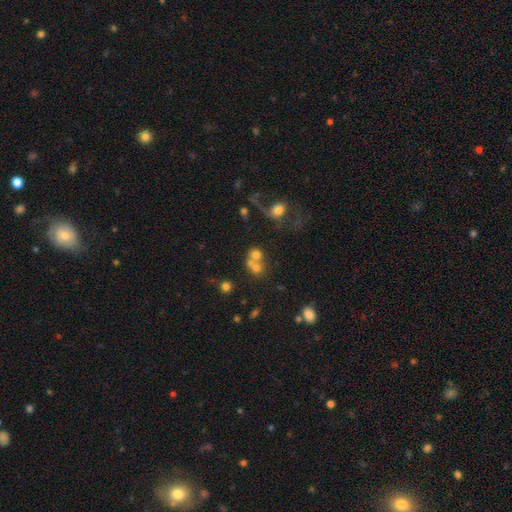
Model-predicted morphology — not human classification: Smooth or featured: smooth — 60% (featured or disk — 23%)
How rounded: round — 76% (in between — 23%)
Merging: merger — 52% (none — 32%)